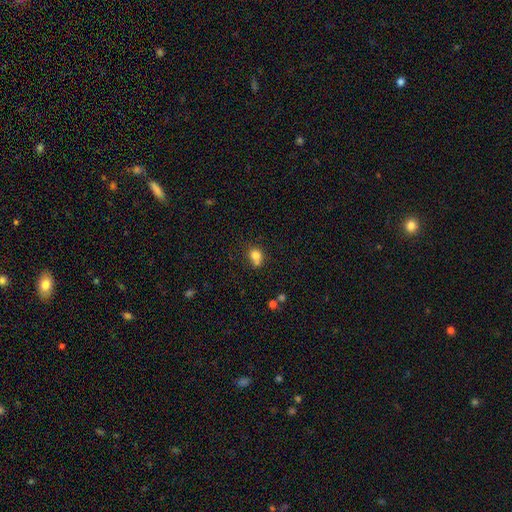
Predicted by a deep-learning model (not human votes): This is likely a smooth galaxy (78%). How rounded: likely round (66%). Merging: possibly none (47%).